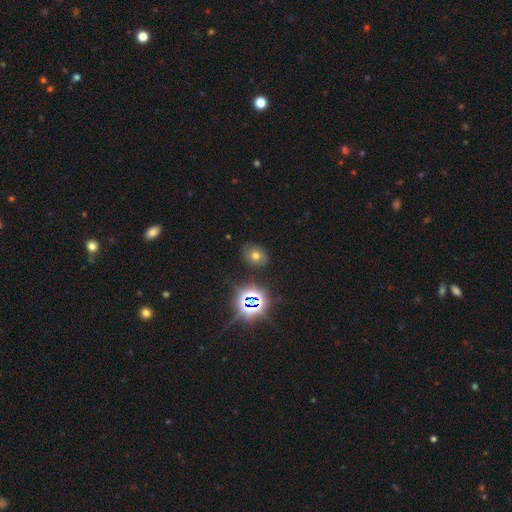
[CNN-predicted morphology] Smooth or featured: smooth — 53% (star or artifact — 30%)
How rounded: round — 58% (in between — 41%)
Merging: none — 81% (minor disturbance — 12%)